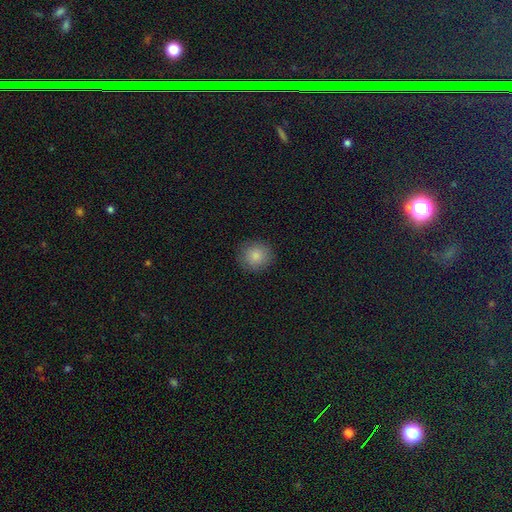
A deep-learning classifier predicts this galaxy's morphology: Smooth or featured? Predicted: smooth (p=0.85). How rounded? Predicted: round (p=0.91). Merging? Predicted: none (p=0.88).